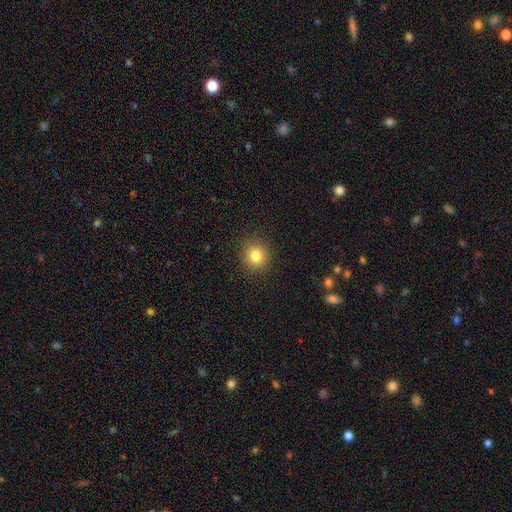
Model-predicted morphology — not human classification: This is clearly a smooth galaxy (82%). How rounded: clearly round (82%). Merging: clearly none (90%).